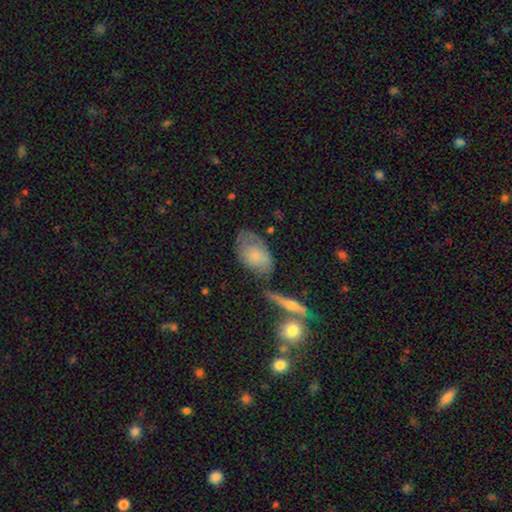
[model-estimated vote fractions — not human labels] The model was most divided on "merging": none: 50%, minor disturbance: 28%, major disturbance: 12%, merger: 11%. More confident: how rounded — in between (89%); smooth or featured — smooth (66%).